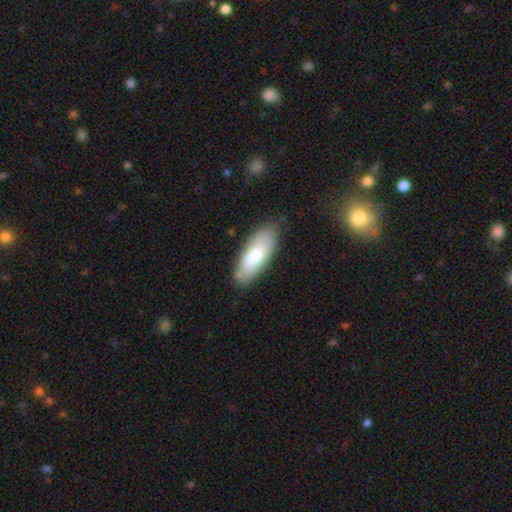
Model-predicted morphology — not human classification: A smooth galaxy with no disk features (72%) that is in between round and cigar-shaped (76%).

Vote fractions:
- Smooth or featured? smooth: 72% / featured or disk: 23% / star or artifact: 6%
- How rounded? in between: 76% / cigar-shaped: 22% / round: 2%
- Merging? none: 80% / minor disturbance: 15% / major disturbance: 3% / merger: 2%